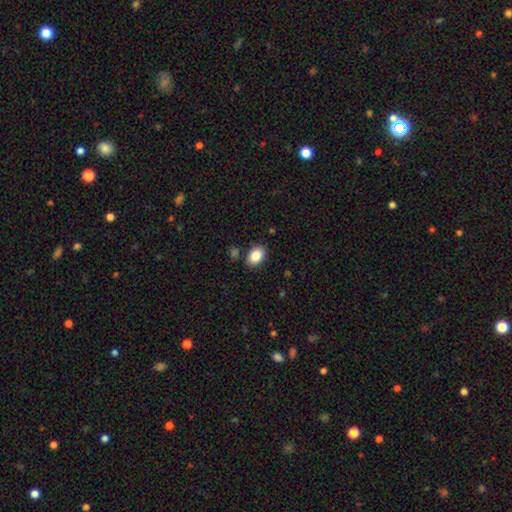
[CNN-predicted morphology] This appears to be a smooth galaxy with no disk features (87%) that is in between round and cigar-shaped (83%). Merging: none (83%).